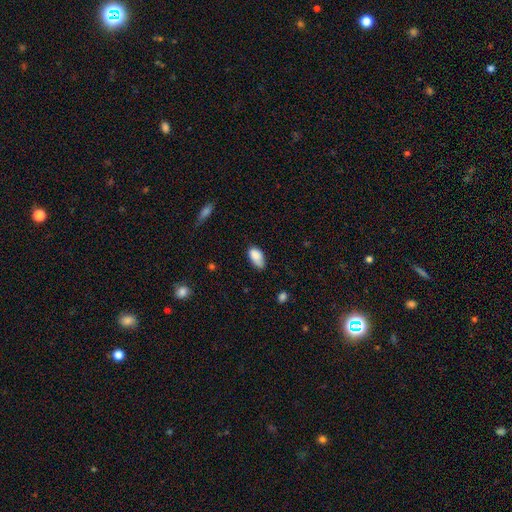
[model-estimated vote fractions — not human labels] Smooth or featured?
  - smooth: 84% *
  - star or artifact: 8%
  - featured or disk: 8%
How rounded?
  - in between: 93% *
  - round: 4%
  - cigar-shaped: 3%
Merging?
  - none: 55% *
  - minor disturbance: 34%
  - major disturbance: 8%
  - merger: 3%